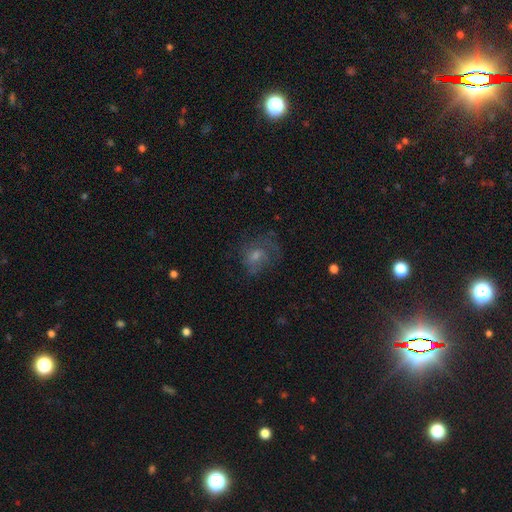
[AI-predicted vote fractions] A featured or disk galaxy (42%).

Vote fractions:
- Smooth or featured? featured or disk: 42% / smooth: 36% / star or artifact: 21%
- Merging? none: 57% / major disturbance: 21% / minor disturbance: 20% / merger: 2%